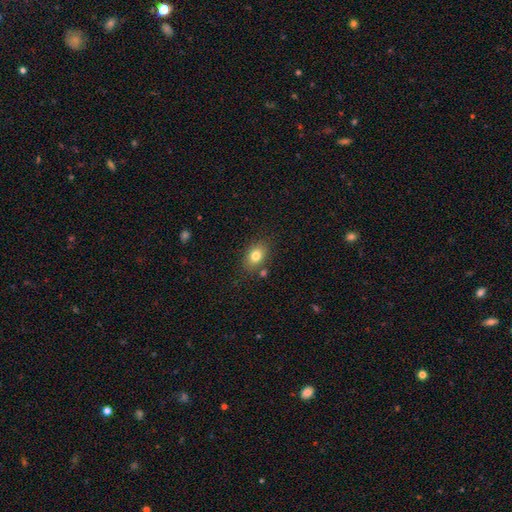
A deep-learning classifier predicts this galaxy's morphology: Q: Smooth or featured?
A: smooth (79%); runner-up: featured or disk (11%)
Q: How rounded?
A: in between (76%); runner-up: round (23%)
Q: Merging?
A: none (78%); runner-up: minor disturbance (13%)